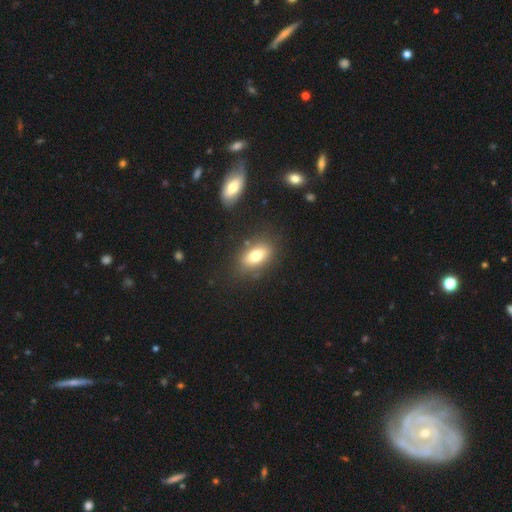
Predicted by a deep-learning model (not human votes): A smooth galaxy with no disk features (74%) that is in between round and cigar-shaped (85%).

Vote fractions:
- Smooth or featured? smooth: 74% / featured or disk: 16% / star or artifact: 9%
- How rounded? in between: 85% / round: 10% / cigar-shaped: 5%
- Merging? none: 79% / minor disturbance: 12% / merger: 5% / major disturbance: 4%